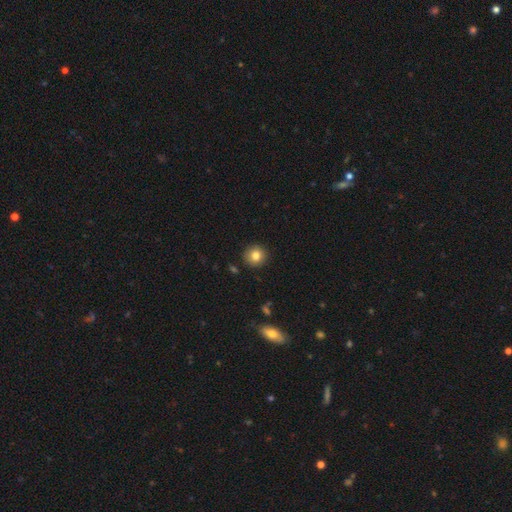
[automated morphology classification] Overall: smooth (82%). How rounded: round (93%). Merging: none (91%).